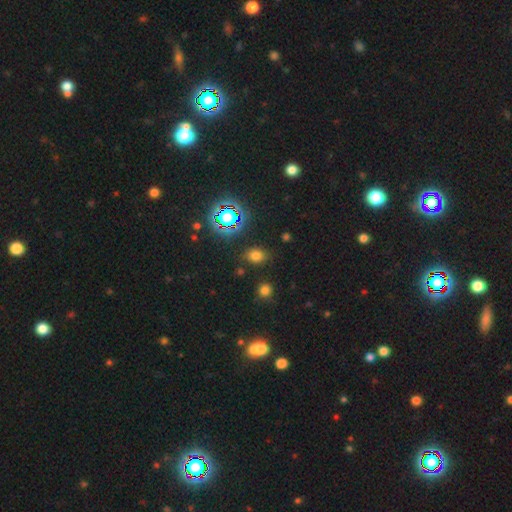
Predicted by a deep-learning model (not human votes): smooth-or-featured: smooth: 67% | star or artifact: 26% | featured or disk: 7%
  how-rounded: in between: 64% | round: 34% | cigar-shaped: 2%
  merging: none: 84% | minor disturbance: 11% | major disturbance: 3% | merger: 3%